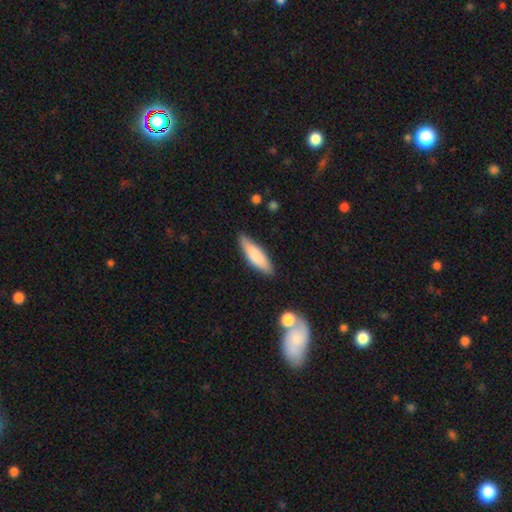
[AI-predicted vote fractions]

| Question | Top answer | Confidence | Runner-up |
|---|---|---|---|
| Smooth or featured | smooth | 77% | featured or disk (18%) |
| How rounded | cigar-shaped | 60% | in between (39%) |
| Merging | none | 83% | minor disturbance (13%) |